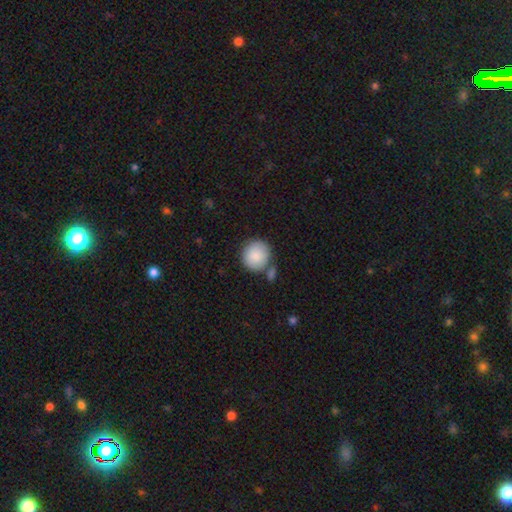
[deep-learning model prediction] Smooth or featured? Predicted: smooth (p=0.88). How rounded? Predicted: round (p=0.90). Merging? Predicted: none (p=0.68).